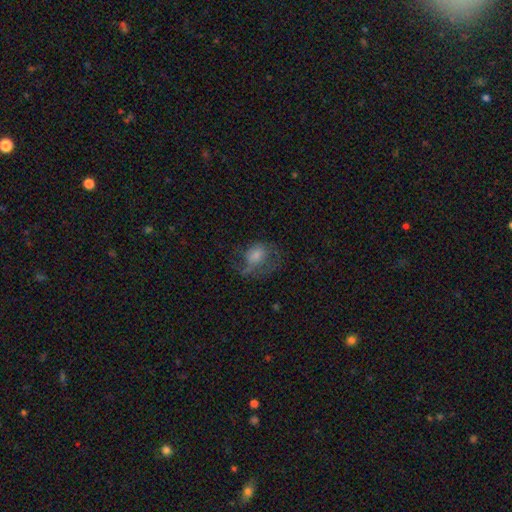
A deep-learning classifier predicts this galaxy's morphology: The model was most divided on "smooth or featured" (2-way tie): featured or disk: 43%, smooth: 43%, star or artifact: 14%. Remaining: merging — none (40%).